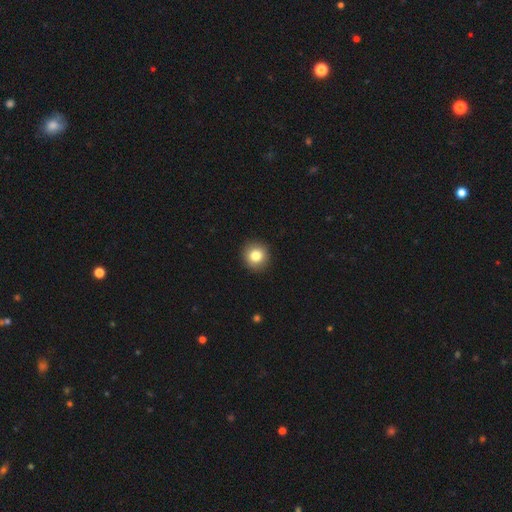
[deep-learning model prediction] The model was most divided on "smooth or featured": smooth: 82%, star or artifact: 10%, featured or disk: 8%. More confident: merging — none (92%); how rounded — round (91%).